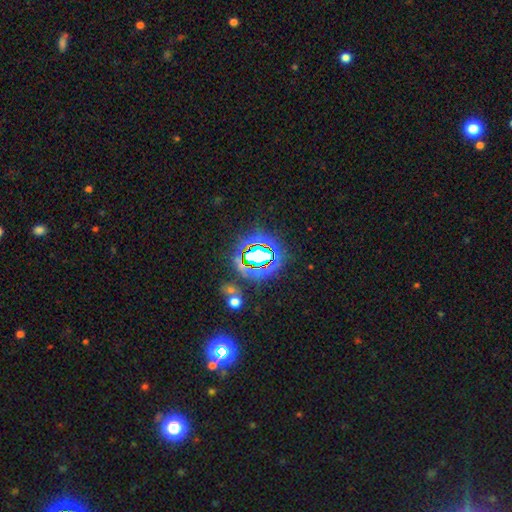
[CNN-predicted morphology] smooth-or-featured: star or artifact: 69% | smooth: 19% | featured or disk: 12%